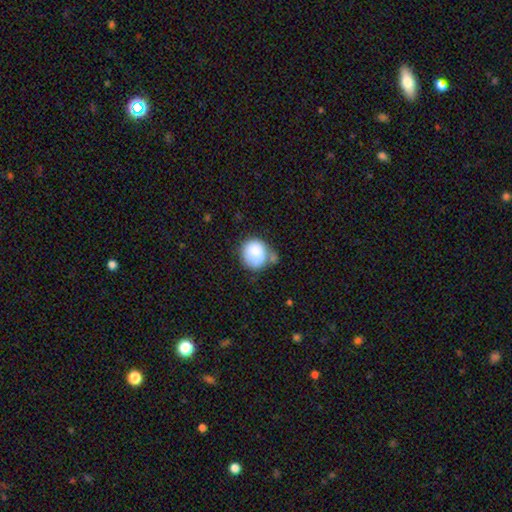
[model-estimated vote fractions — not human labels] Smooth or featured: smooth — 84% (featured or disk — 9%)
How rounded: round — 83% (in between — 16%)
Merging: none — 45% (minor disturbance — 25%)